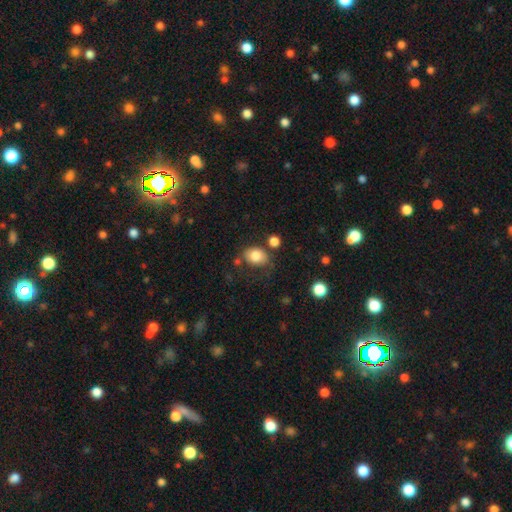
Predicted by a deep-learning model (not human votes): Smooth or featured? Predicted: smooth (p=0.81). How rounded? Predicted: in between (p=0.60). Merging? Predicted: none (p=0.63).